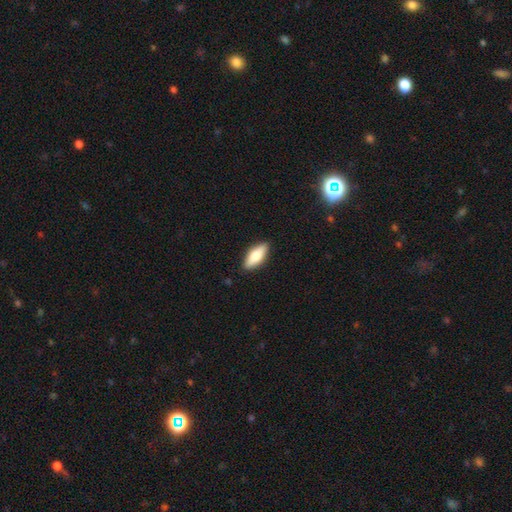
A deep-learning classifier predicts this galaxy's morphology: The model was most divided on "smooth or featured": smooth: 72%, featured or disk: 23%, star or artifact: 6%. More confident: merging — none (89%); how rounded — in between (74%).